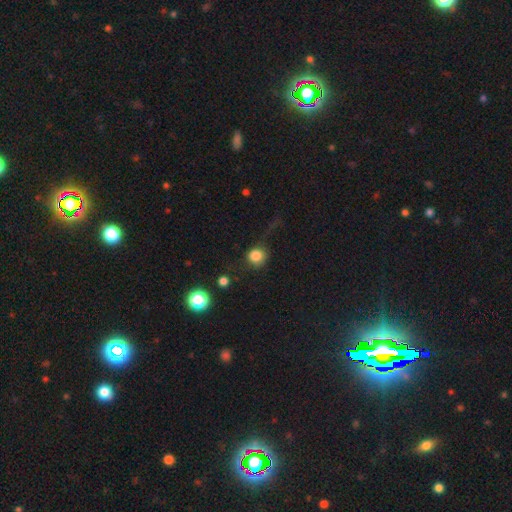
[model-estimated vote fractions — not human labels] Q: Smooth or featured?
A: smooth (82%); runner-up: star or artifact (11%)
Q: How rounded?
A: round (89%); runner-up: in between (9%)
Q: Merging?
A: none (57%); runner-up: major disturbance (20%)